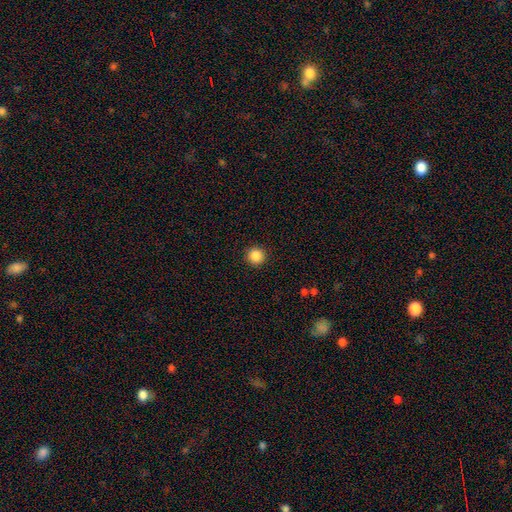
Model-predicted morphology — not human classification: The model was most divided on "smooth or featured": smooth: 87%, star or artifact: 10%, featured or disk: 3%. More confident: how rounded — round (96%); merging — none (93%).